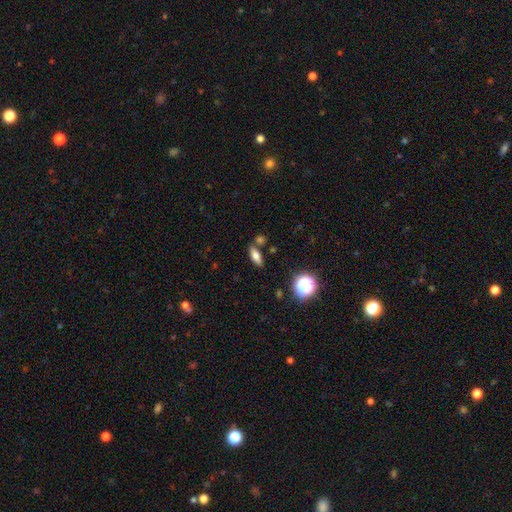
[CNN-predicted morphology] Smooth or featured?
  - smooth: 65% *
  - featured or disk: 23%
  - star or artifact: 12%
How rounded?
  - in between: 63% *
  - cigar-shaped: 30%
  - round: 7%
Merging?
  - none: 77% *
  - minor disturbance: 11%
  - merger: 9%
  - major disturbance: 3%